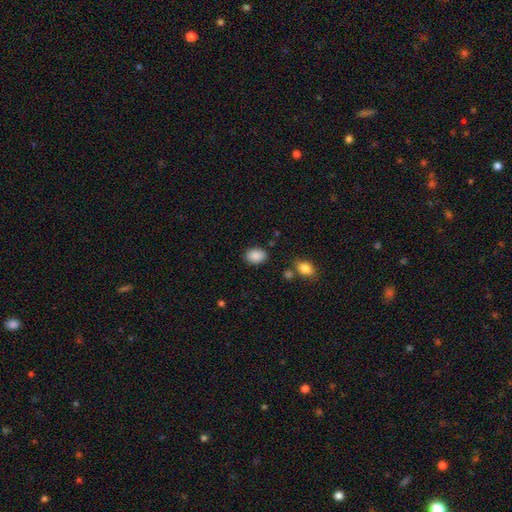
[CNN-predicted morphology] A smooth galaxy with no disk features (89%) that is in between round and cigar-shaped (73%).

Vote fractions:
- Smooth or featured? smooth: 89% / star or artifact: 8% / featured or disk: 3%
- How rounded? in between: 73% / round: 26% / cigar-shaped: 1%
- Merging? none: 84% / minor disturbance: 10% / major disturbance: 3% / merger: 3%